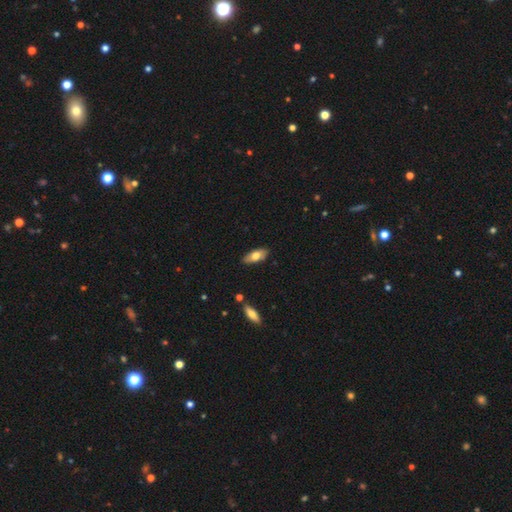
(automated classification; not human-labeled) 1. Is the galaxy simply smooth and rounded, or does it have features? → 71% smooth, 23% featured or disk, 6% star or artifact.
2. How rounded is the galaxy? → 82% in between, 16% cigar-shaped, 2% round.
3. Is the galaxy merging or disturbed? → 85% none, 12% minor disturbance, 2% major disturbance, 2% merger.